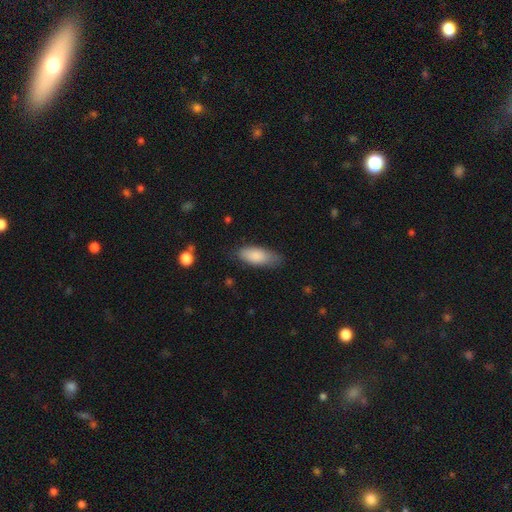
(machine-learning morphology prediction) smooth-or-featured: smooth: 85% | featured or disk: 9% | star or artifact: 6%
  how-rounded: in between: 80% | cigar-shaped: 18% | round: 2%
  merging: none: 68% | minor disturbance: 25% | major disturbance: 6% | merger: 2%